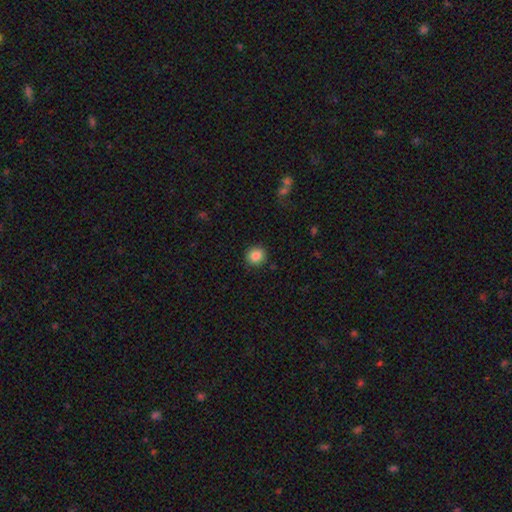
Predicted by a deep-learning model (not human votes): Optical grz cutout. It shows a smooth galaxy with no disk features (87%) that is round (88%). Merging: none (91%).